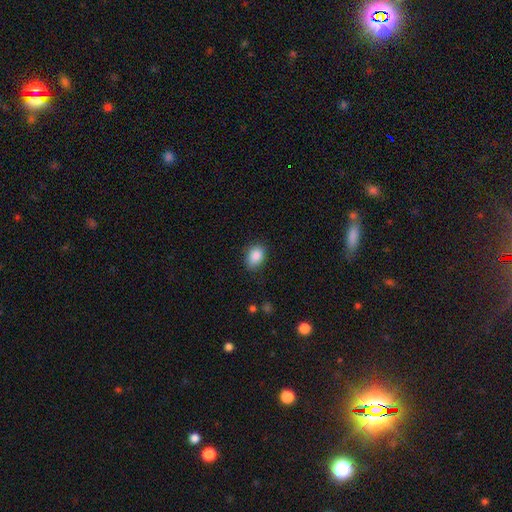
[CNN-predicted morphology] This appears to be a smooth galaxy with no disk features (88%) that is in between round and cigar-shaped (75%). Merging: none (81%).